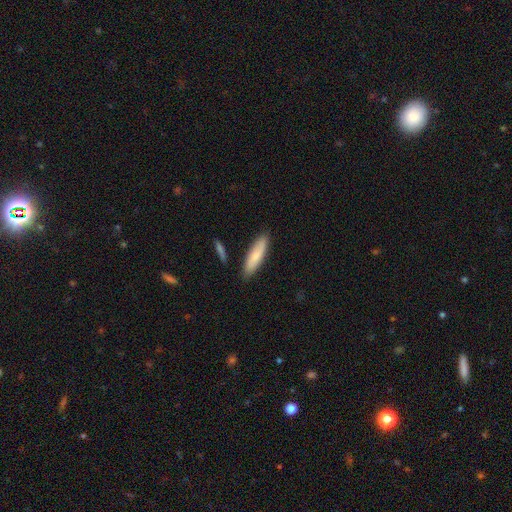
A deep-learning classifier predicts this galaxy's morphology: A smooth galaxy with no disk features (78%) that is cigar-shaped (67%).

Vote fractions:
- Smooth or featured? smooth: 78% / featured or disk: 16% / star or artifact: 5%
- How rounded? cigar-shaped: 67% / in between: 32% / round: 2%
- Merging? none: 84% / minor disturbance: 11% / merger: 3% / major disturbance: 2%